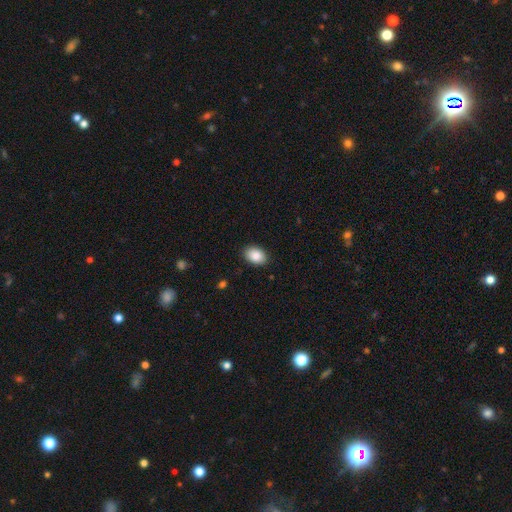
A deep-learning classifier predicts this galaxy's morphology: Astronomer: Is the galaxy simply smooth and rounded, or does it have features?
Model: smooth — 89%.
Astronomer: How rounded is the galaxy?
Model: in between — 85%.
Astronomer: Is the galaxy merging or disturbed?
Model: none — 89%.